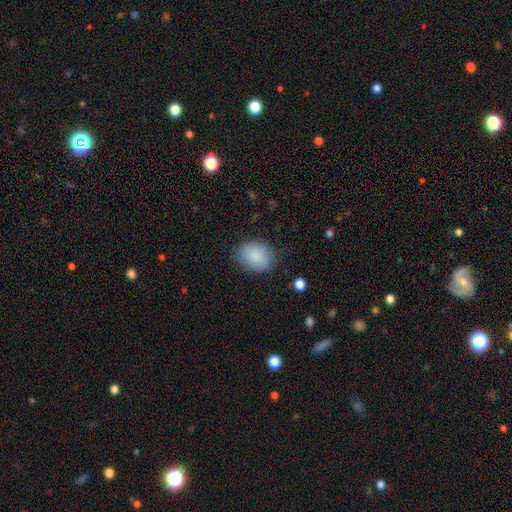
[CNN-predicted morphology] A smooth galaxy with no disk features (87%) that is in between round and cigar-shaped (67%). Merging: none (79%).